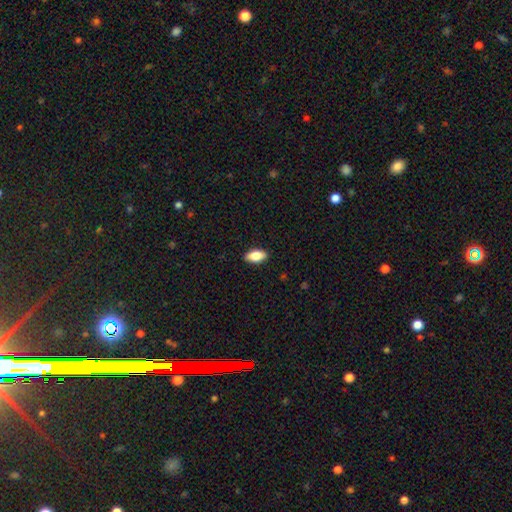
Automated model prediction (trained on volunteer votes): Smooth or featured: smooth — 81% (featured or disk — 12%)
How rounded: in between — 90% (cigar-shaped — 7%)
Merging: none — 90% (minor disturbance — 8%)